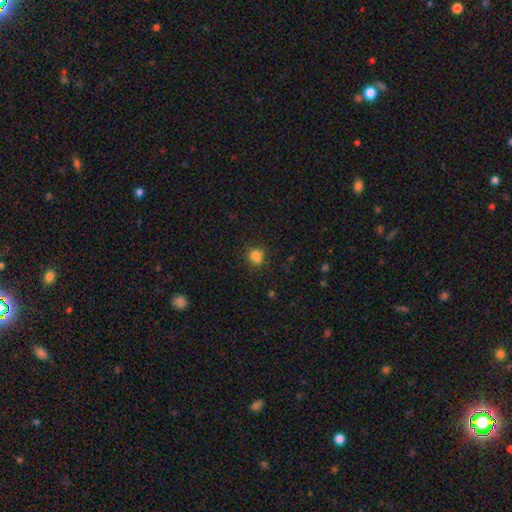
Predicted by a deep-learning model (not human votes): Q: Smooth or featured?
A: smooth (76%); runner-up: star or artifact (14%)
Q: How rounded?
A: round (80%); runner-up: in between (19%)
Q: Merging?
A: none (57%); runner-up: merger (22%)